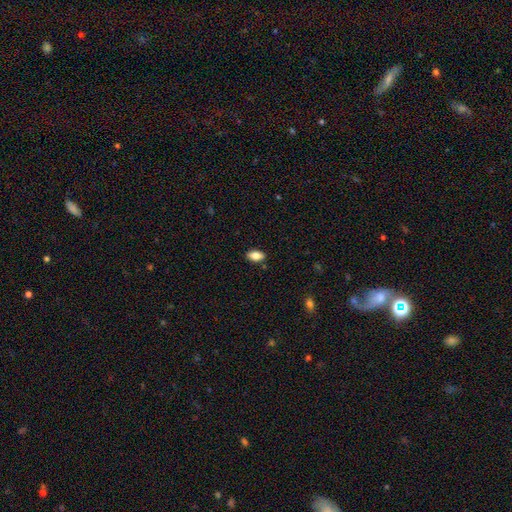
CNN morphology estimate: The model was most divided on "smooth or featured": smooth: 83%, featured or disk: 9%, star or artifact: 8%. More confident: how rounded — in between (91%); merging — none (88%).